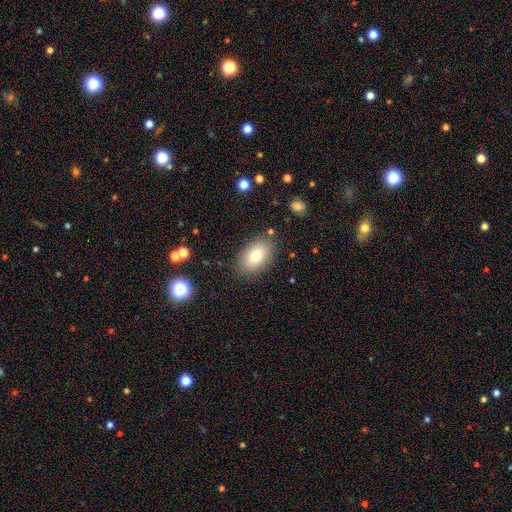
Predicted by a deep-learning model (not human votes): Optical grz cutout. It shows a smooth galaxy with no disk features (80%) that is in between round and cigar-shaped (91%). Merging: none (84%).